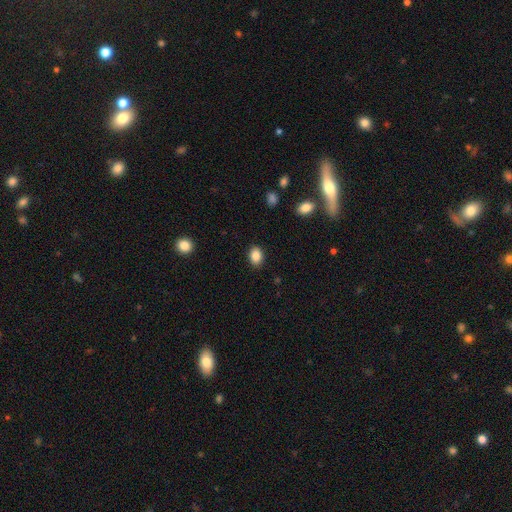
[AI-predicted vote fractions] Smooth or featured? Predicted: smooth (p=0.87). How rounded? Predicted: in between (p=0.73). Merging? Predicted: none (p=0.89).